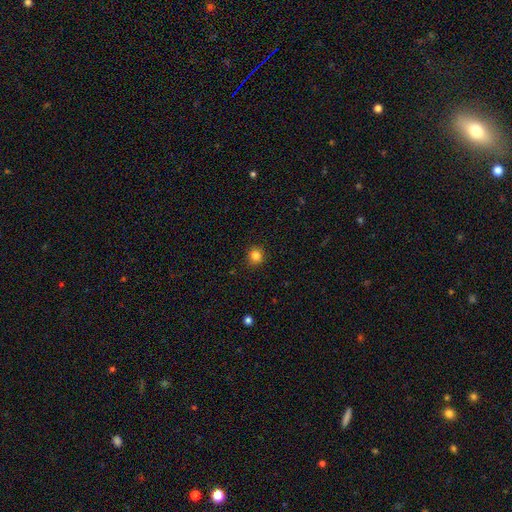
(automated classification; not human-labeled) Smooth or featured? Predicted: smooth (p=0.83). How rounded? Predicted: round (p=0.90). Merging? Predicted: none (p=0.89).